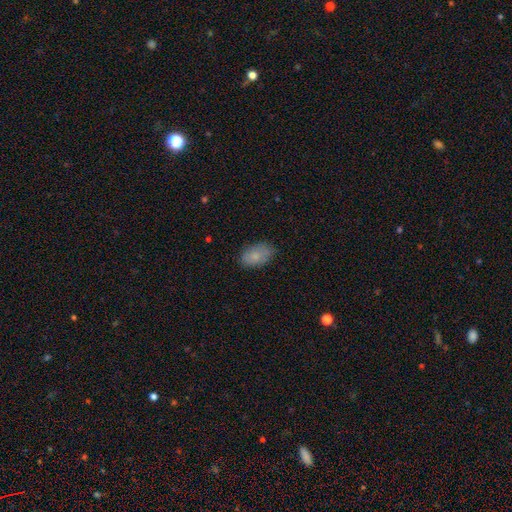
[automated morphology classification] smooth-or-featured: smooth: 79% | featured or disk: 13% | star or artifact: 7%
  how-rounded: in between: 92% | round: 7% | cigar-shaped: 2%
  merging: none: 78% | minor disturbance: 17% | major disturbance: 4% | merger: 1%